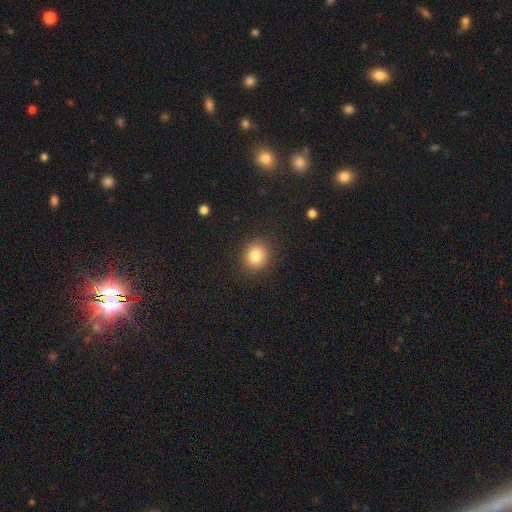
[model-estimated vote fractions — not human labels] Overall: smooth (83%). How rounded: round (80%). Merging: none (88%).